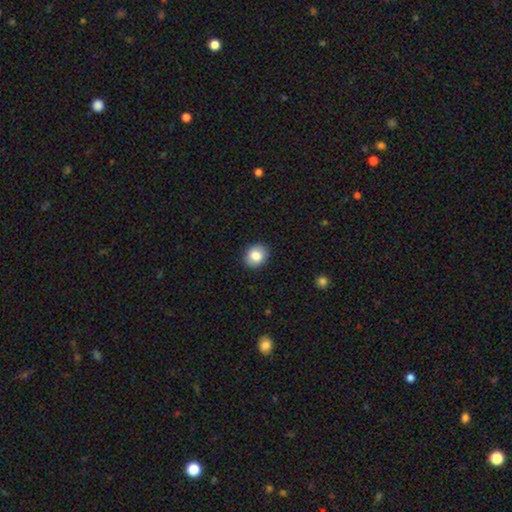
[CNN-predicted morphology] Smooth or featured? smooth (84%)
How rounded? round (68%)
Merging? none (90%)